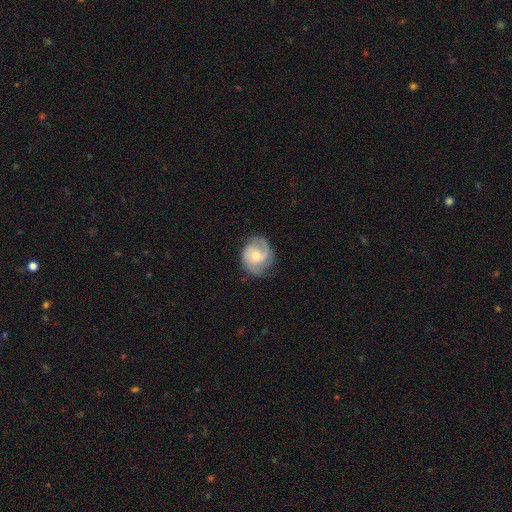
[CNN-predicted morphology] A featured or disk galaxy (77%) with no bar (62%), 2 (58%) tight (46%) spiral arms (95%) and a small central bulge (47%).

Vote fractions:
- Smooth or featured? featured or disk: 77% / smooth: 17% / star or artifact: 6%
- Edge-on disk? no: 98% / yes: 2%
- Bar? no: 62% / weak: 33% / strong: 5%
- Spiral arms? yes: 95% / no: 5%
- Spiral winding? tight: 46% / medium: 42% / loose: 12%
- Spiral arm count? 2: 58% / 3: 20% / can't tell: 13% / 1: 4% / 4: 3% / more than 4: 3%
- Bulge size? small: 47% / moderate: 45% / none: 4% / large: 3% / dominant: 1%
- Merging? none: 74% / minor disturbance: 18% / major disturbance: 7% / merger: 1%